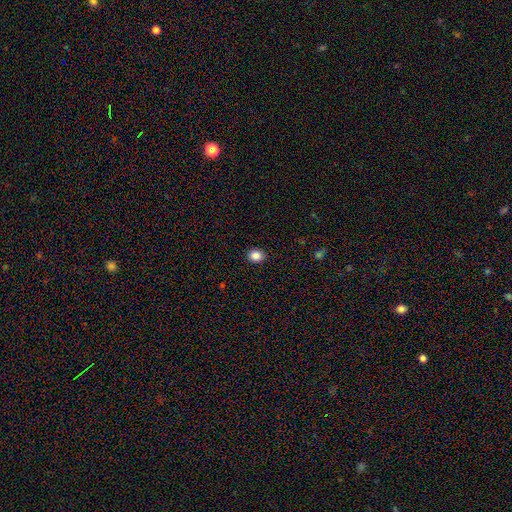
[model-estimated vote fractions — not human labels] Smooth or featured? smooth (86%)
How rounded? round (64%)
Merging? none (91%)